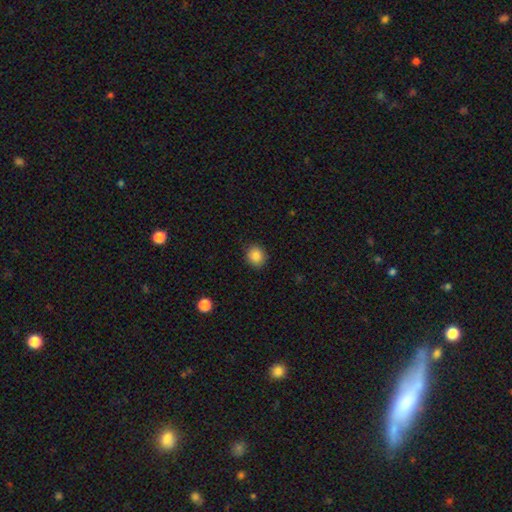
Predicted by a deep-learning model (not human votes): A smooth galaxy with no disk features (85%) that is round (74%).

Vote fractions:
- Smooth or featured? smooth: 85% / star or artifact: 10% / featured or disk: 5%
- How rounded? round: 74% / in between: 25% / cigar-shaped: 1%
- Merging? none: 89% / minor disturbance: 8% / major disturbance: 2% / merger: 1%